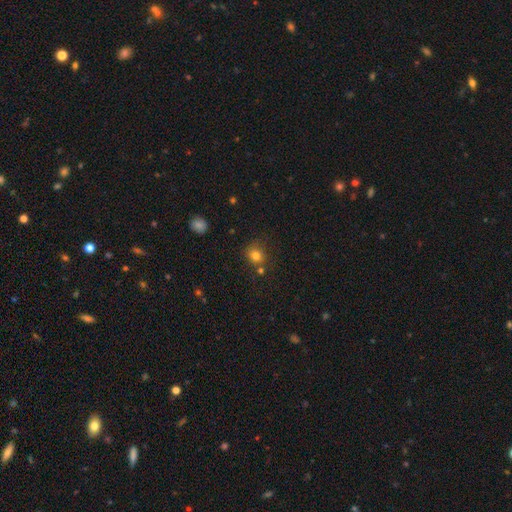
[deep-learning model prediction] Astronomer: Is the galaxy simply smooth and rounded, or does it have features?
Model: smooth — 79%.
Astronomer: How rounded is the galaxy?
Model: round — 79%.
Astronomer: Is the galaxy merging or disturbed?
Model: none — 70%.